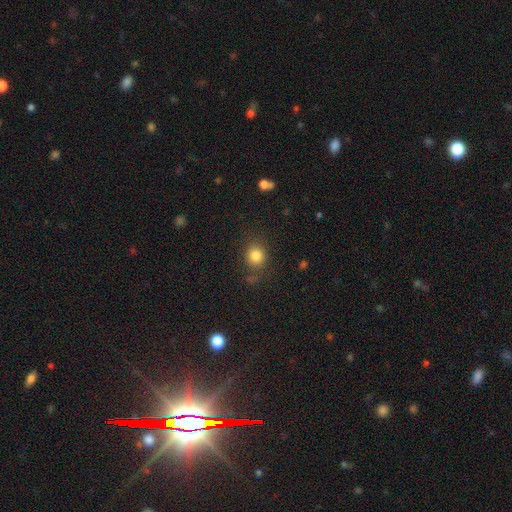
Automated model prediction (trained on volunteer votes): This is clearly a smooth galaxy (82%). How rounded: clearly round (81%). Merging: likely none (76%).